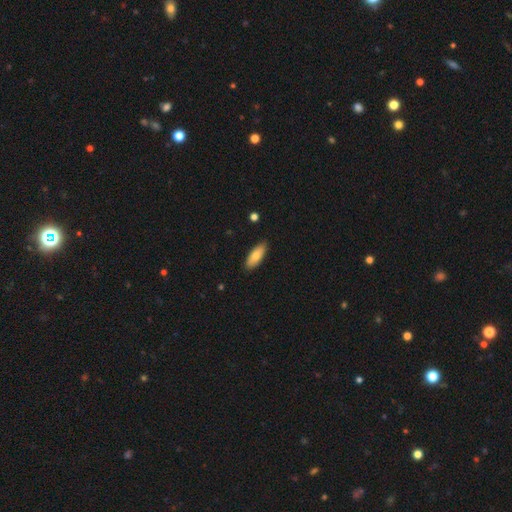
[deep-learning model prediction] This appears to be a smooth galaxy with no disk features (79%) that is in between round and cigar-shaped (74%). Merging: none (87%).